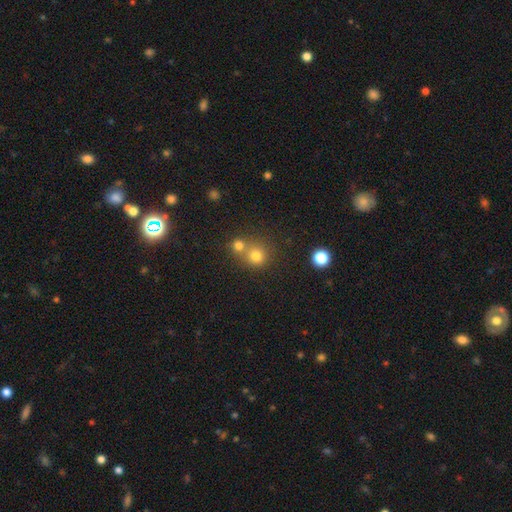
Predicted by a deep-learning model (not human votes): Smooth or featured? smooth (76%)
How rounded? round (89%)
Merging? none (53%)